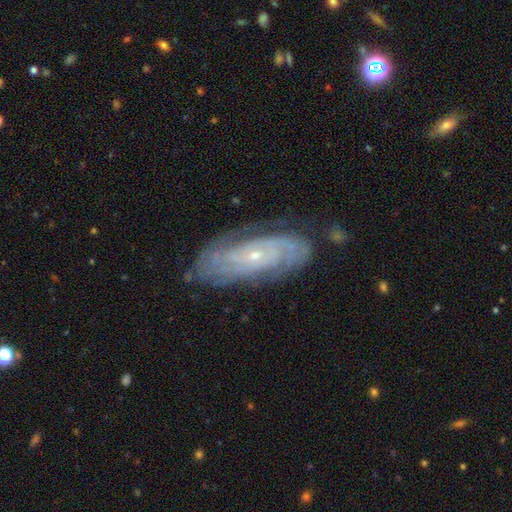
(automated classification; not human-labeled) featured or disk 84%, smooth 9%, star or artifact 7%. Down the decision tree: edge-on disk — no (91%); bar — no (72%); spiral arms — yes (95%); spiral arm count — can't tell (33%); spiral winding — tight (74%); bulge size — small (82%); merging — none (78%).